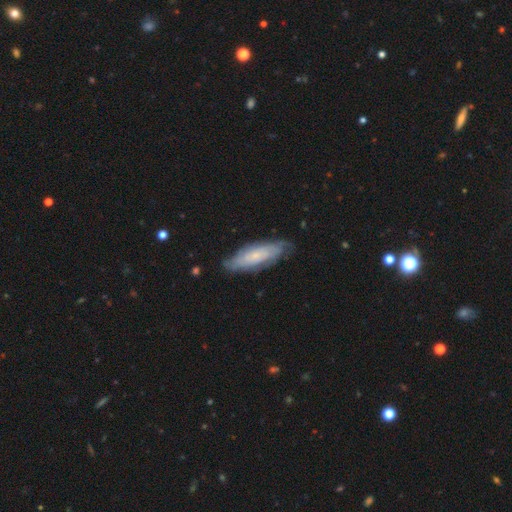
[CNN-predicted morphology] Q: Smooth or featured?
A: featured or disk (55%); runner-up: smooth (38%)
Q: Edge-on disk?
A: no (76%); runner-up: yes (24%)
Q: Merging?
A: none (74%); runner-up: minor disturbance (20%)